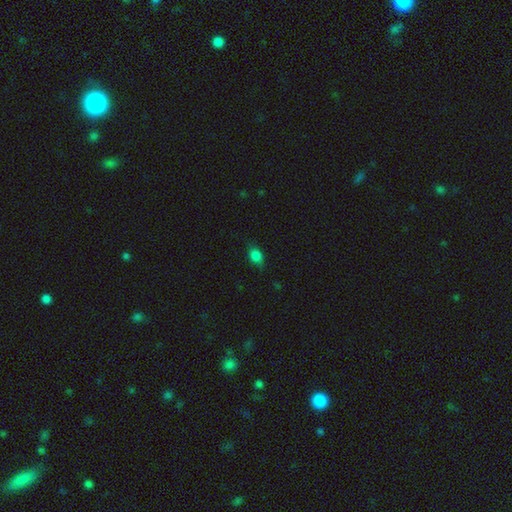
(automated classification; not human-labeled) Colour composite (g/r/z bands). It shows a smooth galaxy with no disk features (81%) that is in between round and cigar-shaped (67%). Merging: none (73%).